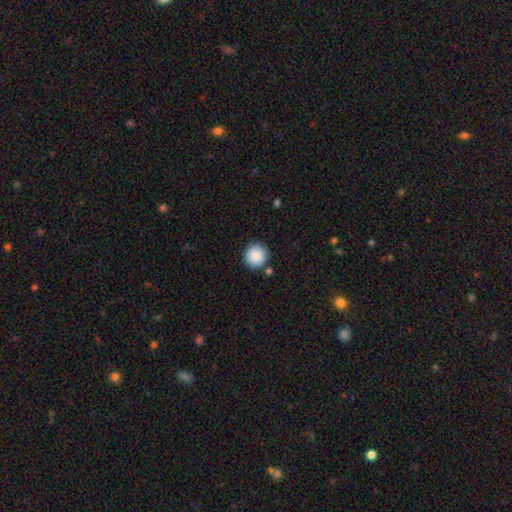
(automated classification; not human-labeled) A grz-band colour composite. It shows a smooth galaxy with no disk features (89%) that is round (94%). Merging: none (86%).